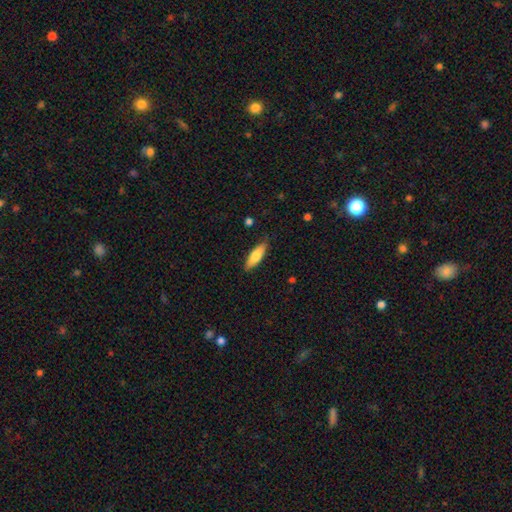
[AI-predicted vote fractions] smooth-or-featured: smooth: 75% | featured or disk: 19% | star or artifact: 6%
  how-rounded: in between: 53% | cigar-shaped: 45% | round: 2%
  merging: none: 85% | minor disturbance: 12% | major disturbance: 2% | merger: 1%